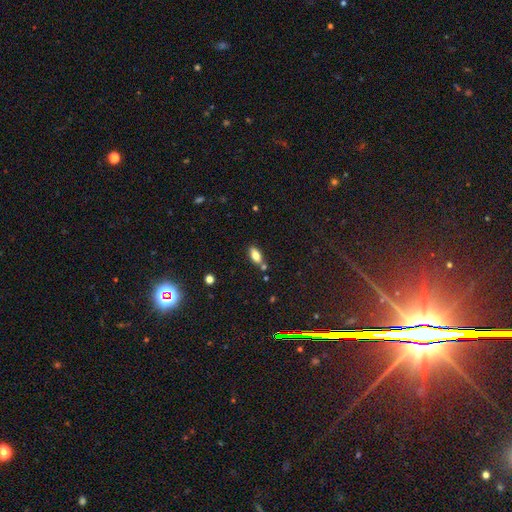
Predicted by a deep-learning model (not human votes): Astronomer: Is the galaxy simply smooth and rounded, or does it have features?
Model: smooth — 76%.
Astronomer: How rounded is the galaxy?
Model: in between — 87%.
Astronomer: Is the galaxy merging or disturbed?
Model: none — 73%.